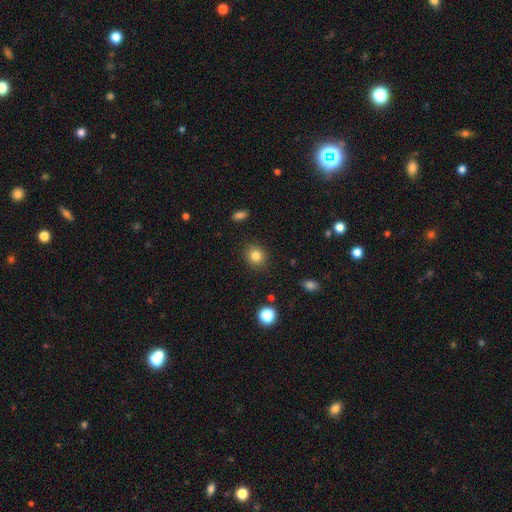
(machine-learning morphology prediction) Smooth or featured? Predicted: smooth (p=0.82). How rounded? Predicted: round (p=0.75). Merging? Predicted: none (p=0.88).